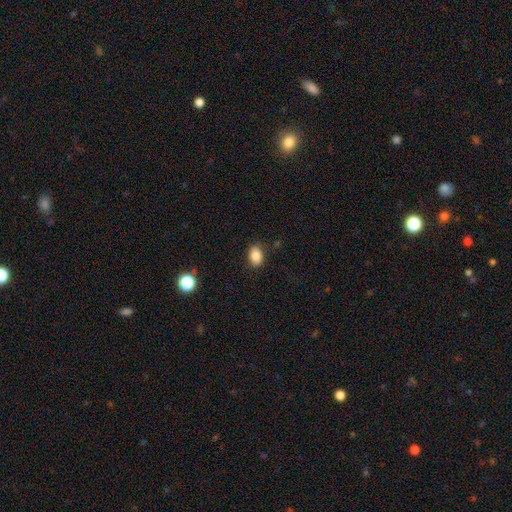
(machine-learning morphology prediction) smooth-or-featured: smooth: 85% | star or artifact: 9% | featured or disk: 6%
  how-rounded: in between: 81% | round: 18% | cigar-shaped: 1%
  merging: none: 85% | minor disturbance: 10% | major disturbance: 3% | merger: 2%